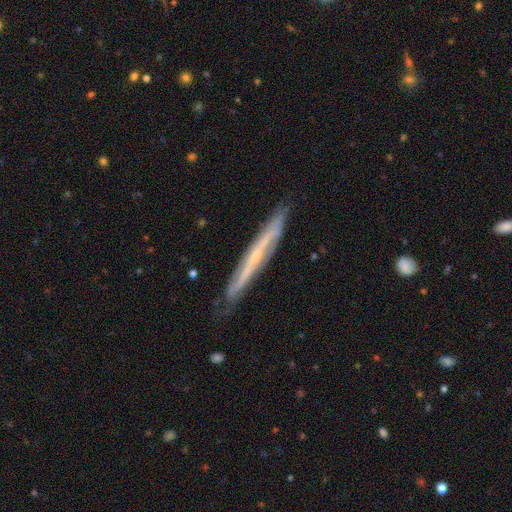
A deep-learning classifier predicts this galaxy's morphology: Smooth or featured? Predicted: featured or disk (p=0.69). Edge-on disk? Predicted: yes (p=0.88). Edge-on bulge? Predicted: none (p=0.50). Merging? Predicted: none (p=0.81).